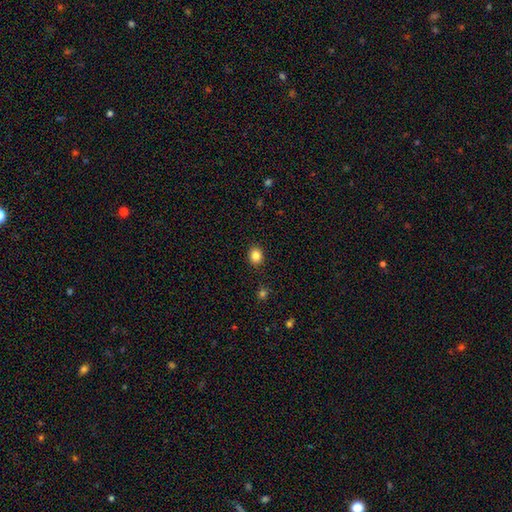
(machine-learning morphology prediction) Smooth or featured? Predicted: smooth (p=0.84). How rounded? Predicted: round (p=0.74). Merging? Predicted: none (p=0.90).